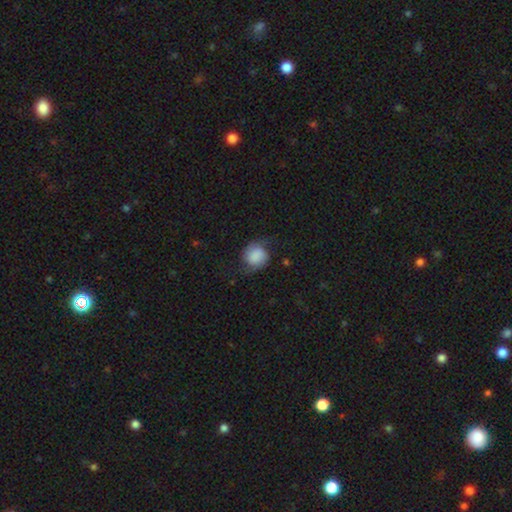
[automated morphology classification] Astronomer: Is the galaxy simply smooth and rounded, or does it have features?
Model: smooth — 64%.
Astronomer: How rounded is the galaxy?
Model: round — 79%.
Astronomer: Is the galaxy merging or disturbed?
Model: none — 63%.